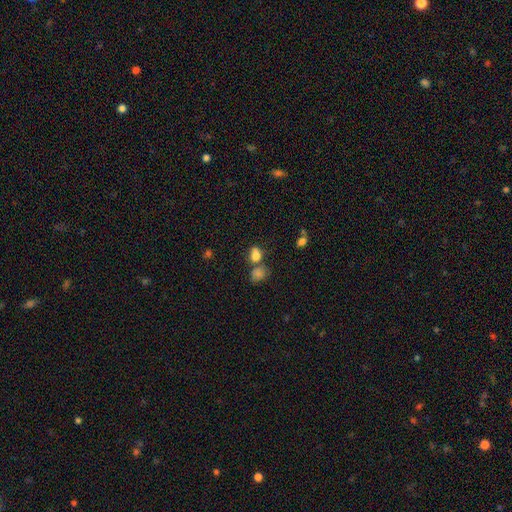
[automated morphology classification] The model was most divided on "how rounded": in between: 52%, round: 46%, cigar-shaped: 2%. Remaining: smooth or featured — smooth (77%); merging — none (43%).